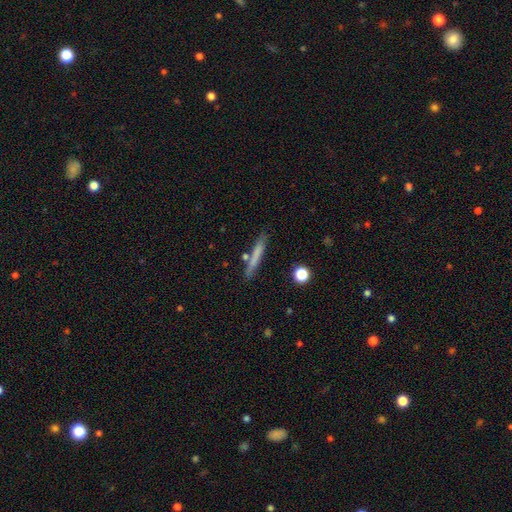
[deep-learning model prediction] A smooth galaxy with no disk features (66%) that is cigar-shaped (94%). Merging: none (81%).